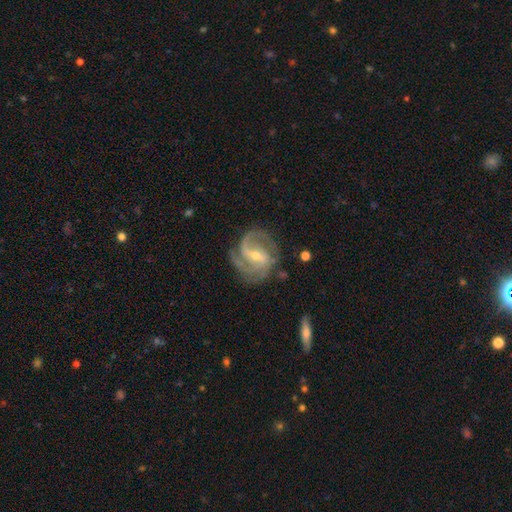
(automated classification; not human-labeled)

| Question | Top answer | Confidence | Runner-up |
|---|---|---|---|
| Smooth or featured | featured or disk | 90% | smooth (5%) |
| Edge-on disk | no | 97% | yes (3%) |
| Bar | weak | 47% | strong (33%) |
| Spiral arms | yes | 97% | no (3%) |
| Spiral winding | medium | 51% | tight (31%) |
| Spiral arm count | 2 | 48% | 3 (29%) |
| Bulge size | small | 56% | moderate (41%) |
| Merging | none | 70% | minor disturbance (19%) |